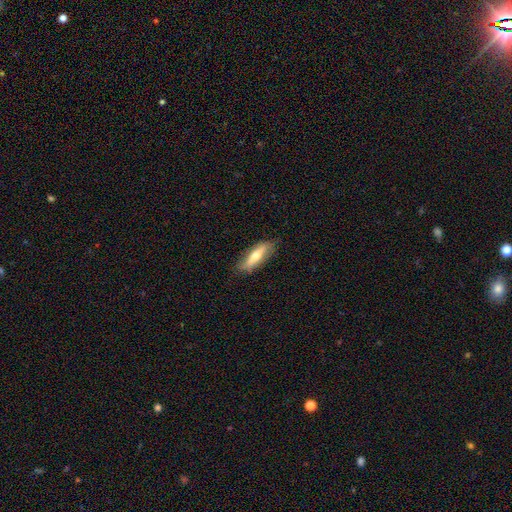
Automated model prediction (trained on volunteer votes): This appears to be a smooth galaxy with no disk features (52%) that is cigar-shaped (52%). Merging: none (80%).